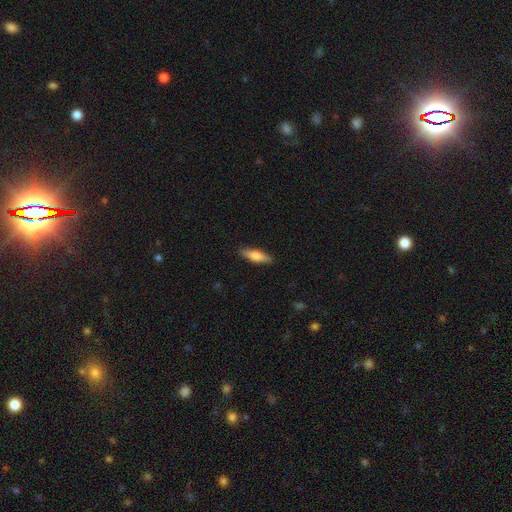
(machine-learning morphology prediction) Smooth or featured? Predicted: smooth (p=0.69). How rounded? Predicted: cigar-shaped (p=0.60). Merging? Predicted: none (p=0.88).